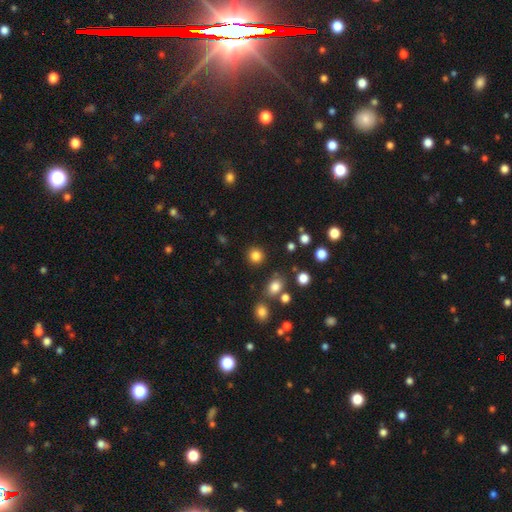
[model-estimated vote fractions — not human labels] Smooth or featured? smooth (83%)
How rounded? round (89%)
Merging? none (87%)